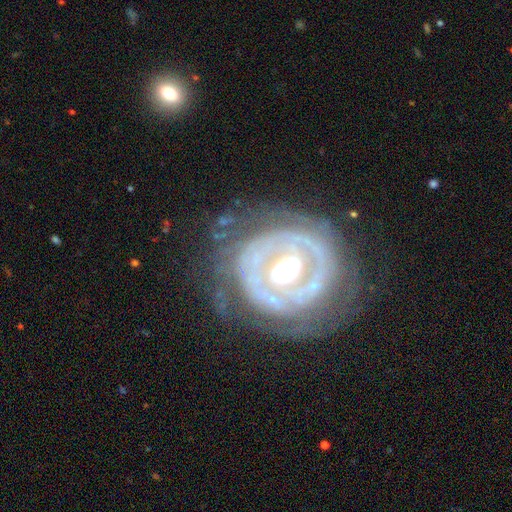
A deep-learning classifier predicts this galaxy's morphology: This is clearly a featured or disk galaxy (82%). It is clearly not viewed edge-on (96%). Bar: possibly no (47%). Spiral arm pattern: likely yes (65%). Spiral arm count: marginally can't tell (45%). Spiral winding: likely tight (71%). Central bulge: possibly moderate (57%). Merging: likely none (66%).